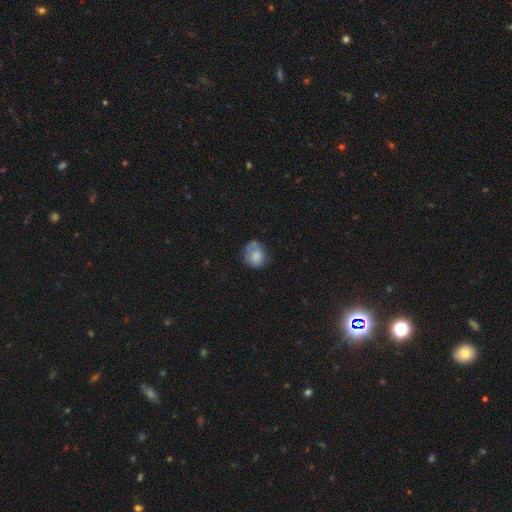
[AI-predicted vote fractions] Morphology: type=smooth (74%); roundness=round (62%); merging=none (50%).